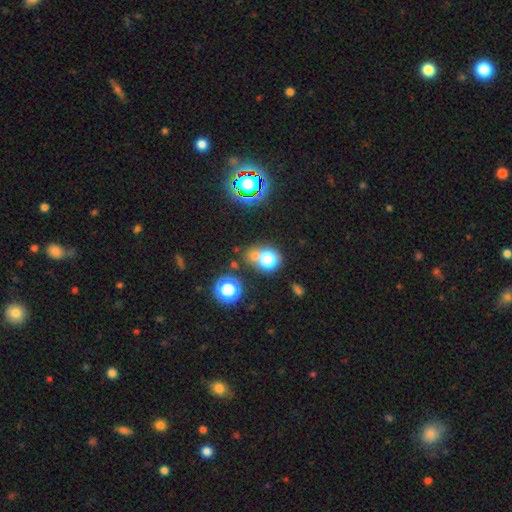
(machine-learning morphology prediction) A smooth galaxy with no disk features (57%) that is round (74%). Merging: none (56%).